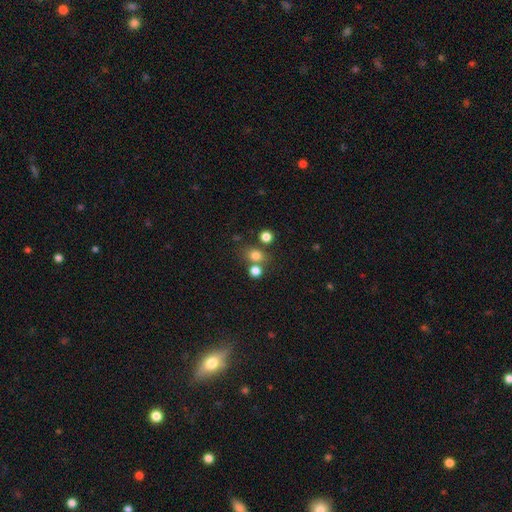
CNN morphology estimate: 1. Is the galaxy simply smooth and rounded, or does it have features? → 76% smooth, 16% star or artifact, 8% featured or disk.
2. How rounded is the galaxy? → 71% round, 28% in between, 1% cigar-shaped.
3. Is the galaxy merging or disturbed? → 61% none, 26% merger, 9% minor disturbance, 4% major disturbance.